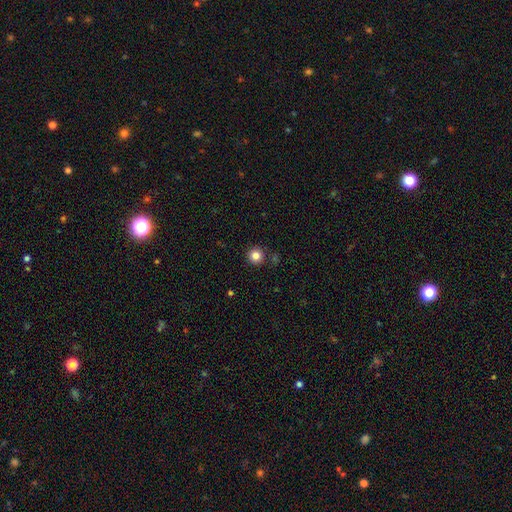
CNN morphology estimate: Q: Smooth or featured?
A: smooth (83%); runner-up: star or artifact (12%)
Q: How rounded?
A: round (95%); runner-up: in between (4%)
Q: Merging?
A: none (90%); runner-up: minor disturbance (6%)